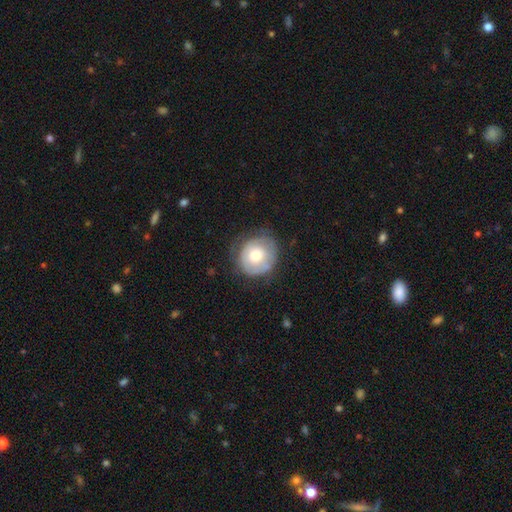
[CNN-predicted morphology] type=smooth (60%); roundness=round (87%); merging=none (62%).